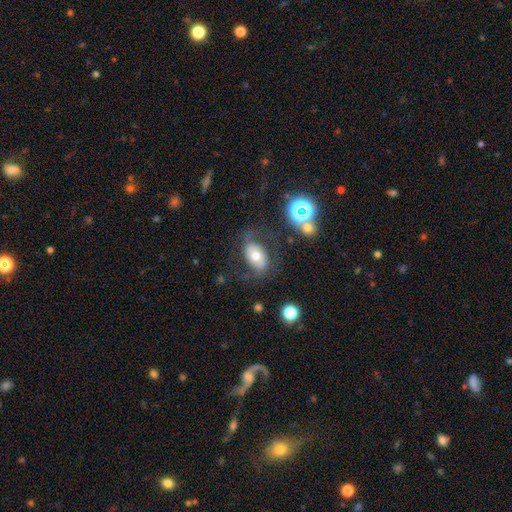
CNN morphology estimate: smooth-or-featured: smooth: 50% | featured or disk: 39% | star or artifact: 11%
  merging: none: 64% | minor disturbance: 18% | major disturbance: 15% | merger: 4%